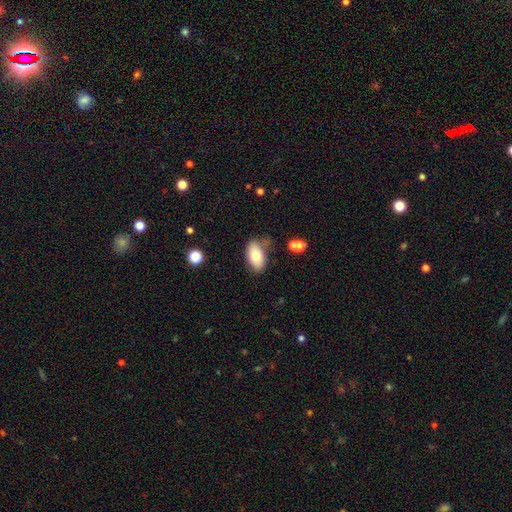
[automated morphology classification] Smooth or featured? Predicted: smooth (p=0.77). How rounded? Predicted: in between (p=0.93). Merging? Predicted: none (p=0.70).